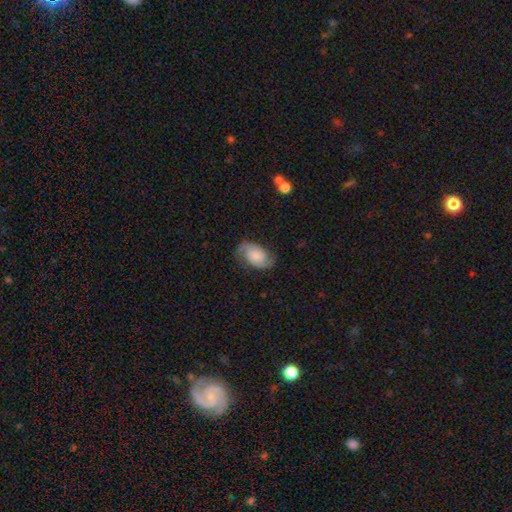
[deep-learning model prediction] Smooth or featured: featured or disk — 73% (smooth — 20%)
Edge-on disk: no — 97% (yes — 3%)
Bar: no — 66% (weak — 28%)
Spiral arms: yes — 95% (no — 5%)
Spiral winding: medium — 49% (tight — 27%)
Spiral arm count: 2 — 92% (can't tell — 4%)
Bulge size: small — 31% (none — 29%)
Merging: none — 77% (minor disturbance — 16%)